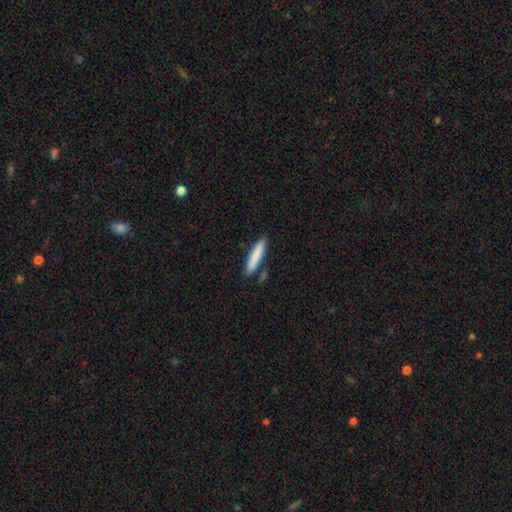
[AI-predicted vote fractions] This is clearly a smooth galaxy (81%). How rounded: clearly cigar-shaped (88%). Merging: likely none (79%).